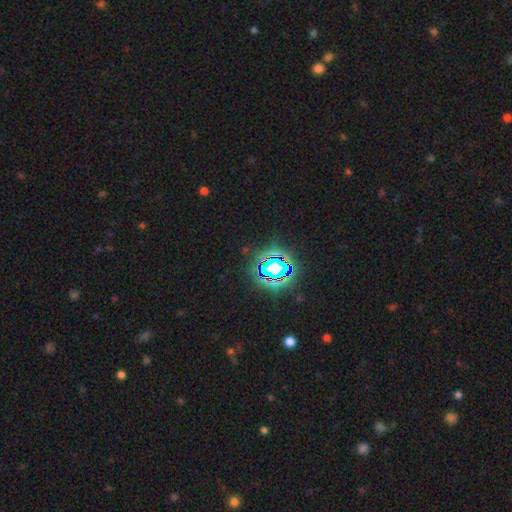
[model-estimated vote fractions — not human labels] Smooth or featured?
  - star or artifact: 82% *
  - smooth: 11%
  - featured or disk: 7%